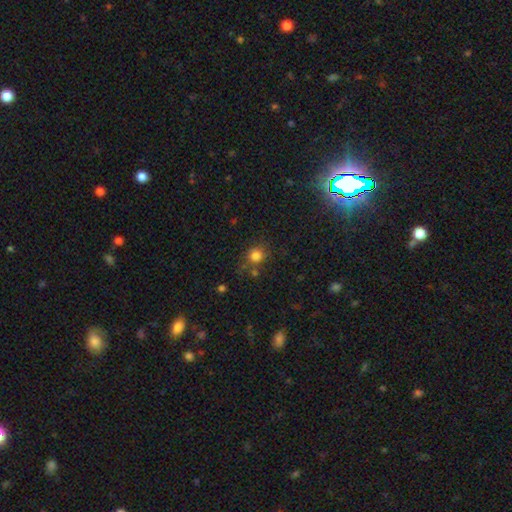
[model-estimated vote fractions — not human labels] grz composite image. It shows a smooth galaxy with no disk features (80%) that is round (86%). Merging: none (71%).